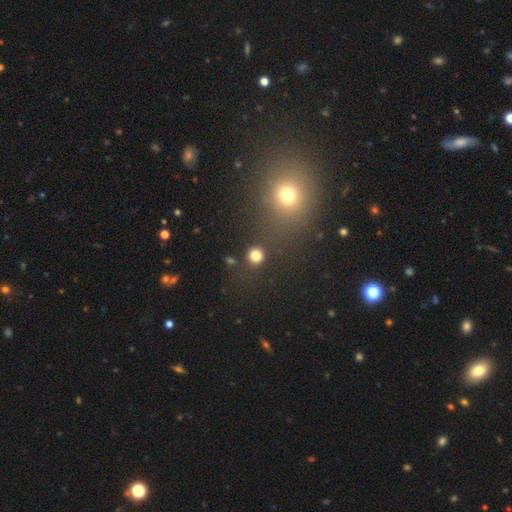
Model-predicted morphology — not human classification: A smooth galaxy with no disk features (80%) that is round (90%). Merging: none (86%).